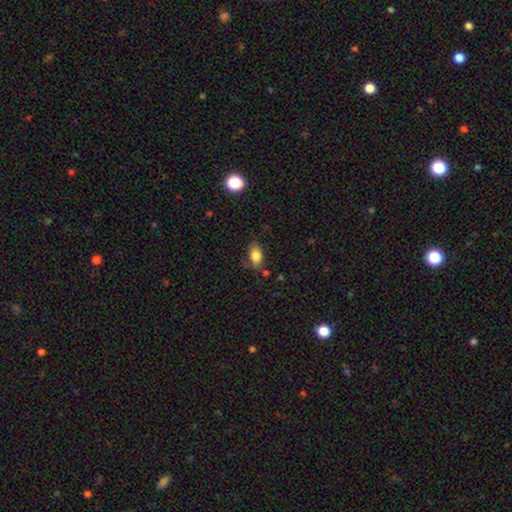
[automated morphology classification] The model was most divided on "merging": none: 66%, minor disturbance: 24%, major disturbance: 7%, merger: 4%. More confident: how rounded — in between (88%); smooth or featured — smooth (83%).